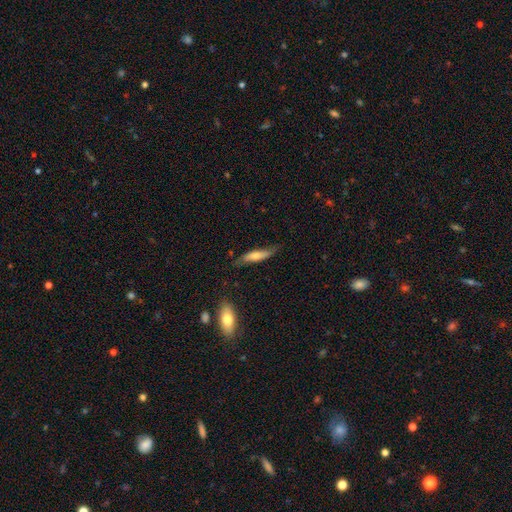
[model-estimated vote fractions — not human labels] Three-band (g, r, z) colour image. It shows a smooth galaxy with no disk features (53%) that is cigar-shaped (74%). Merging: none (69%).